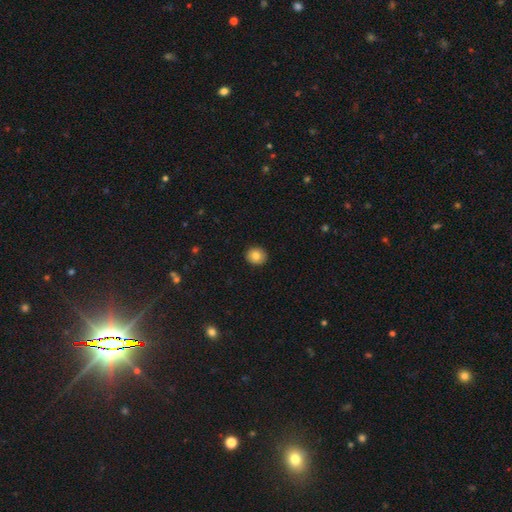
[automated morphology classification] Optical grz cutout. It shows a smooth galaxy with no disk features (82%) that is round (81%). Merging: none (92%).